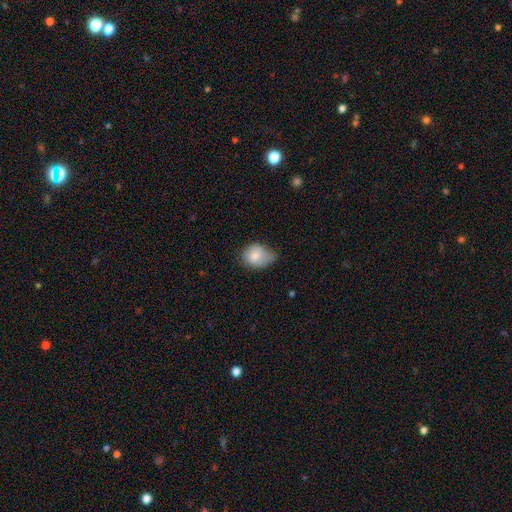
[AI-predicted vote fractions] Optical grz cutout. It shows a smooth galaxy with no disk features (79%) that is in between round and cigar-shaped (55%). Merging: minor disturbance (45%).